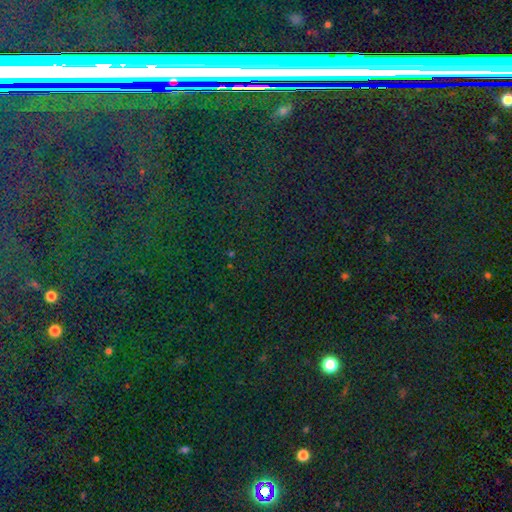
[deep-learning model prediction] Smooth or featured: star or artifact — 84% (smooth — 8%)